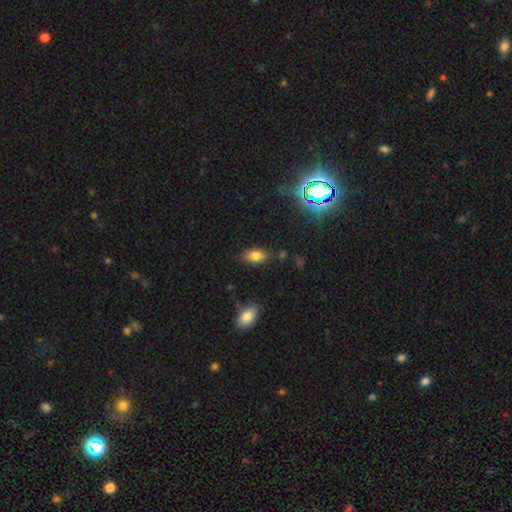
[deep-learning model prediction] The model was most divided on "merging": none: 77%, minor disturbance: 17%, major disturbance: 4%, merger: 3%. More confident: how rounded — in between (89%); smooth or featured — smooth (79%).